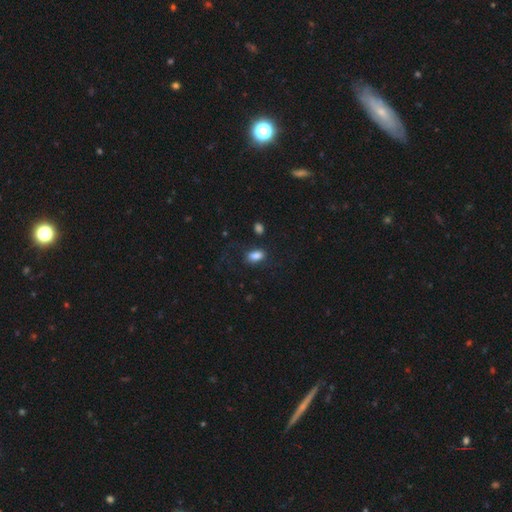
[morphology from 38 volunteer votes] Q: Smooth or featured?
A: smooth (82%); runner-up: featured or disk (13%)
Q: How rounded?
A: in between (87%); runner-up: round (13%)
Q: Merging?
A: none (58%); runner-up: major disturbance (25%)